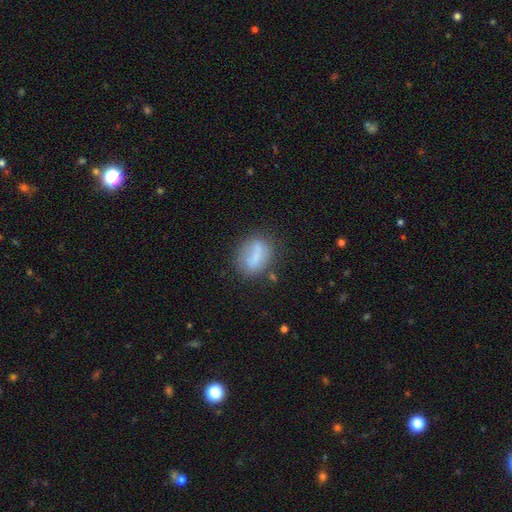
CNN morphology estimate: Smooth or featured?
  - smooth: 67% *
  - featured or disk: 24%
  - star or artifact: 9%
How rounded?
  - in between: 59% *
  - round: 35%
  - cigar-shaped: 6%
Merging?
  - none: 60% *
  - minor disturbance: 22%
  - major disturbance: 10%
  - merger: 8%